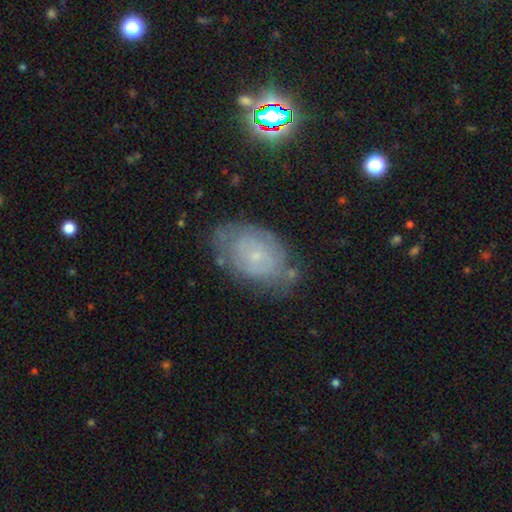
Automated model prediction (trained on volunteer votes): Smooth or featured: featured or disk — 60% (smooth — 29%)
Edge-on disk: no — 95% (yes — 5%)
Bar: no — 81% (weak — 16%)
Spiral arms: yes — 65% (no — 35%)
Bulge size: small — 81% (moderate — 12%)
Merging: none — 65% (minor disturbance — 24%)